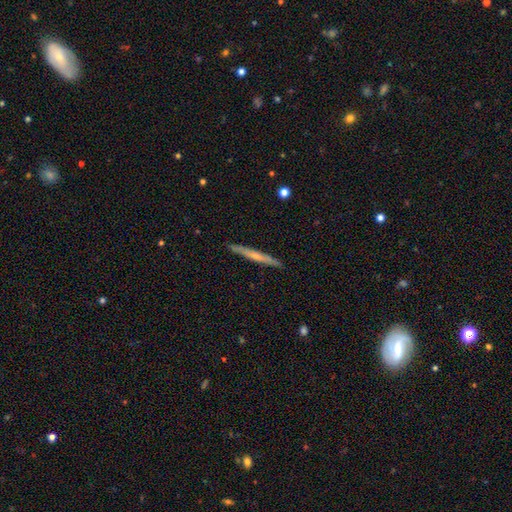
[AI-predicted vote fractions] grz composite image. It shows a featured or disk galaxy (55%) viewed edge-on (97%) with no central bulge (51%). Merging: none (91%).